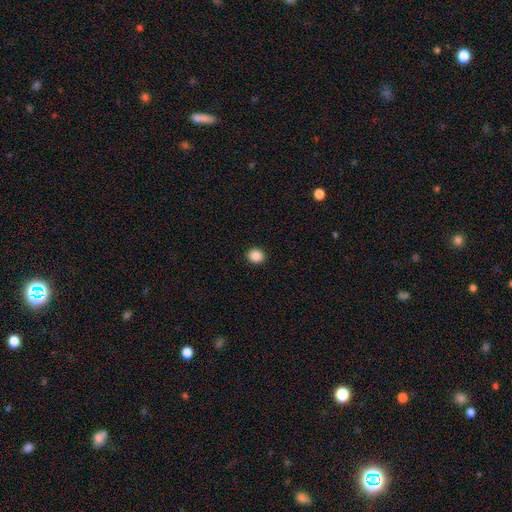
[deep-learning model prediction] A smooth galaxy with no disk features (87%) that is round (81%). Merging: none (93%).